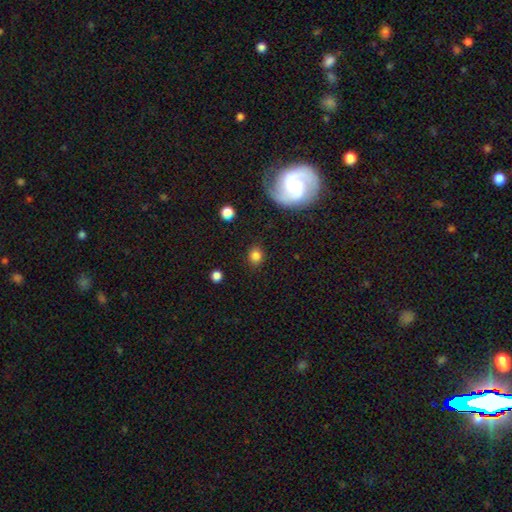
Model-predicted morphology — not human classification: A smooth galaxy with no disk features (81%) that is round (70%). Merging: none (86%).